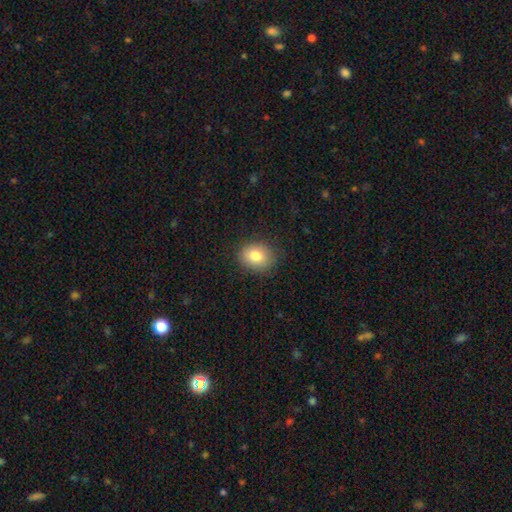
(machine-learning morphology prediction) Smooth or featured? smooth (81%)
How rounded? round (51%)
Merging? none (86%)